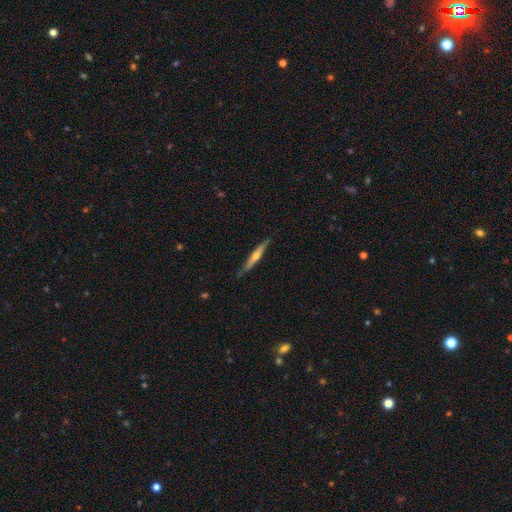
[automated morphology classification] type=featured or disk (65%); edge-on=yes (97%); edge-on bulge=rounded (84%); merging=none (84%).